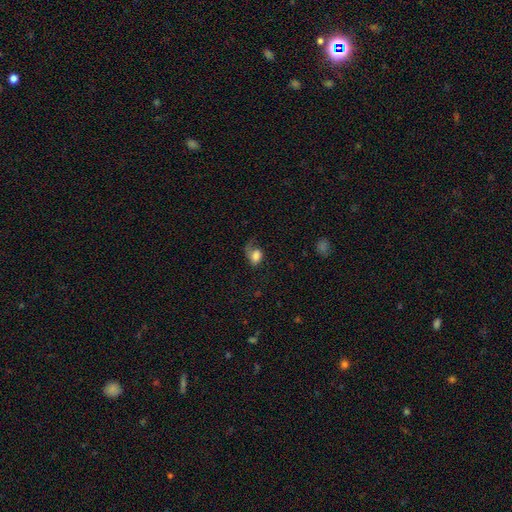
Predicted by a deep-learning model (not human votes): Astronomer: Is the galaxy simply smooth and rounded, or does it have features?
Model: smooth — 69%.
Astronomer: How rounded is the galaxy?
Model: in between — 71%.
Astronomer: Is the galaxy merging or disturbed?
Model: major disturbance — 41% (runner-up: none, 30%).